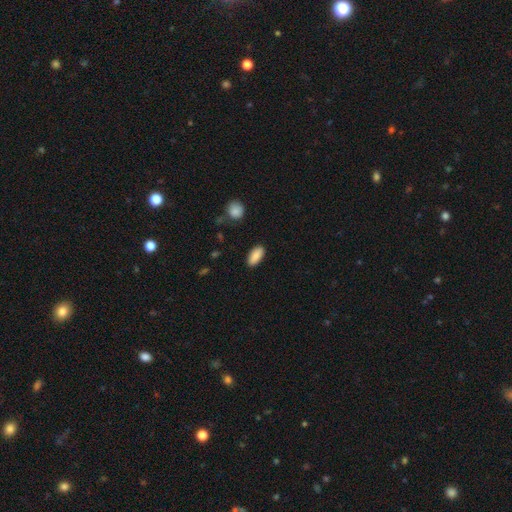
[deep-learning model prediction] A smooth galaxy with no disk features (89%) that is in between round and cigar-shaped (89%).

Vote fractions:
- Smooth or featured? smooth: 89% / star or artifact: 7% / featured or disk: 4%
- How rounded? in between: 89% / cigar-shaped: 8% / round: 2%
- Merging? none: 88% / minor disturbance: 9% / major disturbance: 2% / merger: 1%